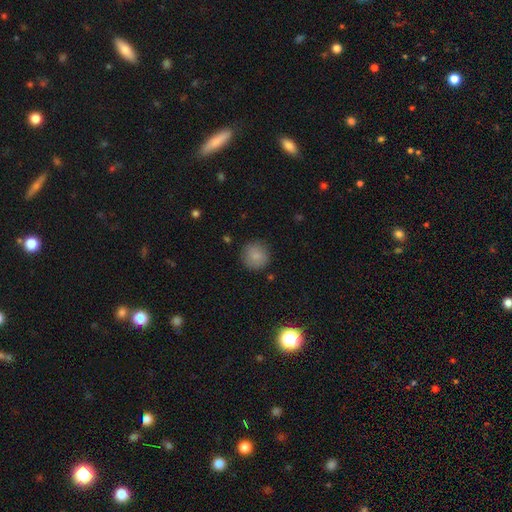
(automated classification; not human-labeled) Smooth or featured? Predicted: smooth (p=0.84). How rounded? Predicted: round (p=0.94). Merging? Predicted: none (p=0.87).